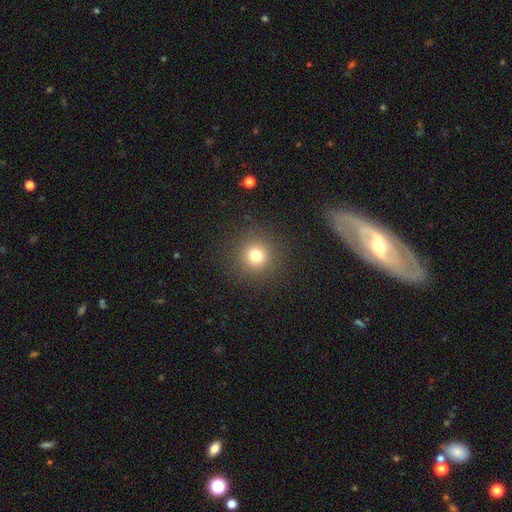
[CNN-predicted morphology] Q: Smooth or featured?
A: smooth (76%); runner-up: star or artifact (16%)
Q: How rounded?
A: round (95%); runner-up: in between (4%)
Q: Merging?
A: none (90%); runner-up: minor disturbance (6%)